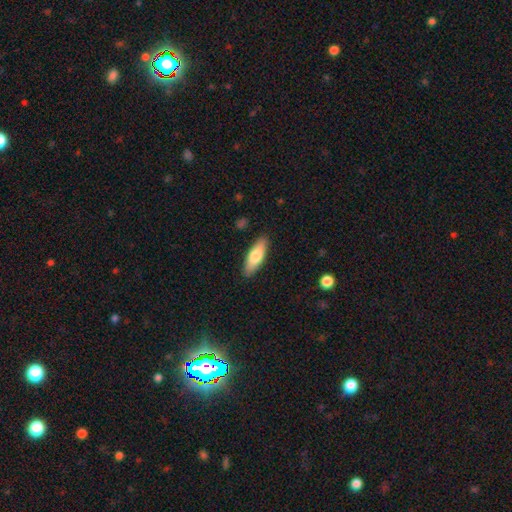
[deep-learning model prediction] smooth 74%, featured or disk 21%, star or artifact 6%. Down the decision tree: how rounded — in between (55%); merging — none (88%).